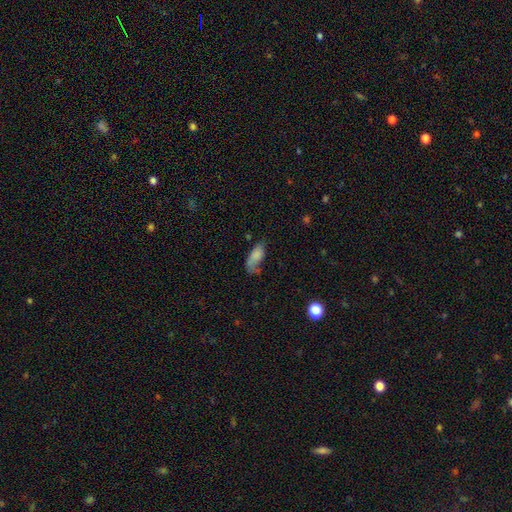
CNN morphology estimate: type=smooth (71%); roundness=in between (87%); merging=none (34%).